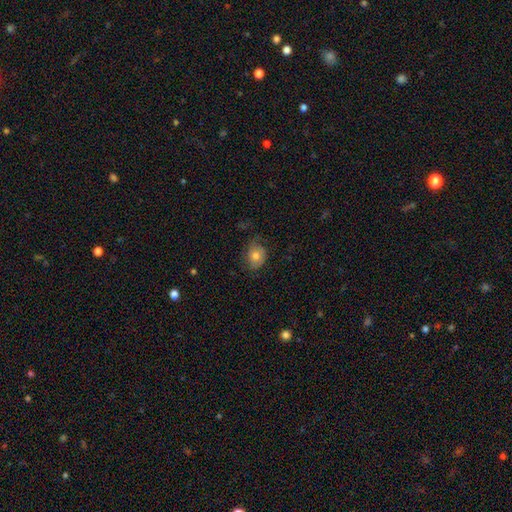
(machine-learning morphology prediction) Smooth or featured: smooth — 62% (featured or disk — 30%)
How rounded: in between — 54% (round — 45%)
Merging: none — 60% (minor disturbance — 26%)